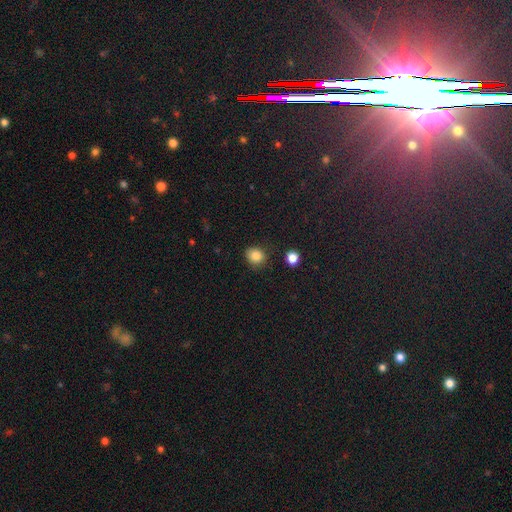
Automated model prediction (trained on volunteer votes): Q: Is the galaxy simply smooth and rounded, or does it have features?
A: smooth — 85%.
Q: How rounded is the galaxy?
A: round — 77%.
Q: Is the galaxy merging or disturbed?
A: none — 81%.